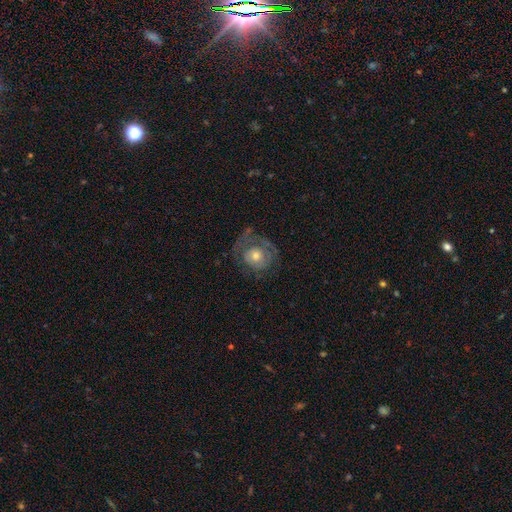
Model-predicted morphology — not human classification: Overall: featured or disk (61%; smooth 31%). Edge-on disk: no (97%). Bar: no (84%). Spiral arms: yes (60%; no 40%). Bulge size: moderate (60%; small 29%). Merging: none (58%; major disturbance 20%).